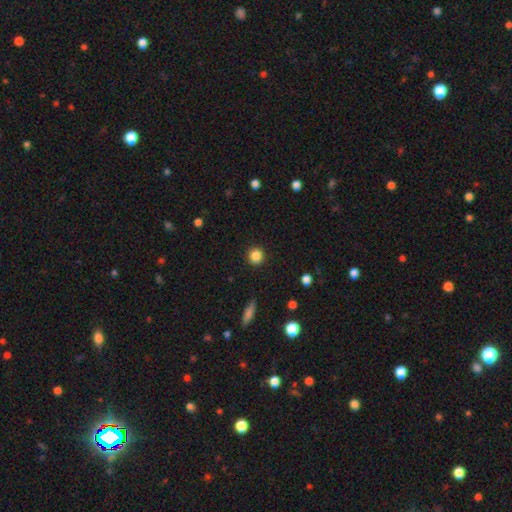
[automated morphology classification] smooth 86%, star or artifact 10%, featured or disk 4%. Down the decision tree: how rounded — round (92%); merging — none (92%).